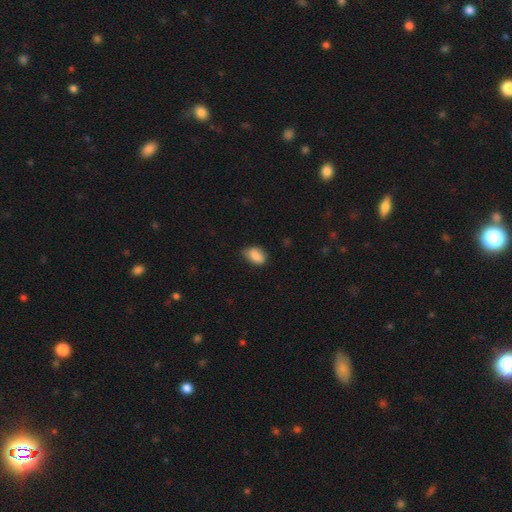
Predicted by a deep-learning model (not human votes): smooth-or-featured: smooth: 85% | star or artifact: 8% | featured or disk: 7%
  how-rounded: in between: 83% | round: 16% | cigar-shaped: 2%
  merging: none: 65% | minor disturbance: 29% | major disturbance: 5% | merger: 1%